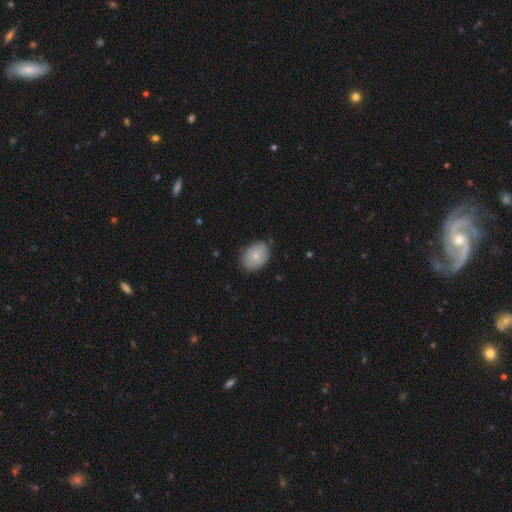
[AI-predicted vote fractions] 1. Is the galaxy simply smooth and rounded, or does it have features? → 81% smooth, 12% featured or disk, 7% star or artifact.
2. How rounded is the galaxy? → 76% in between, 23% round, 1% cigar-shaped.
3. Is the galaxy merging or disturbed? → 80% none, 16% minor disturbance, 3% major disturbance, 1% merger.